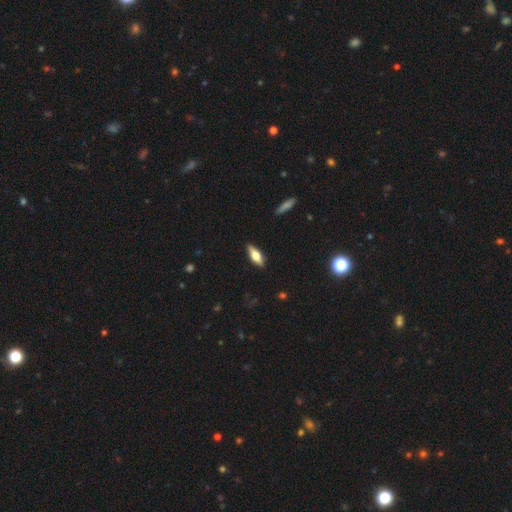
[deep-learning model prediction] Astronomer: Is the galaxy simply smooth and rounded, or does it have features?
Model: smooth — 55% (runner-up: featured or disk, 38%).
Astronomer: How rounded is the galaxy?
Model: in between — 63%.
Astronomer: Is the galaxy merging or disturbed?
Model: none — 86%.